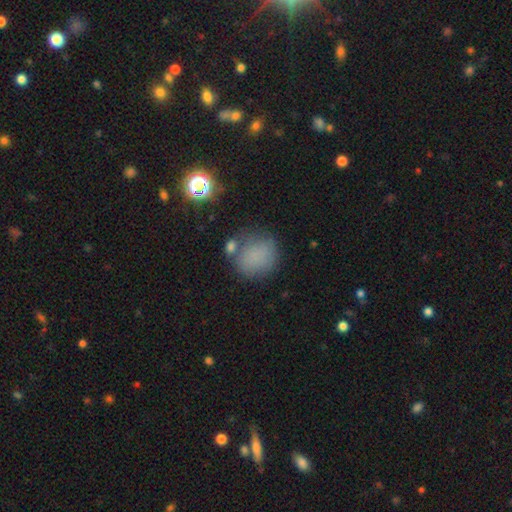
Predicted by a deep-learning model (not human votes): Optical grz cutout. It shows a smooth galaxy with no disk features (76%) that is round (80%). Merging: none (65%).